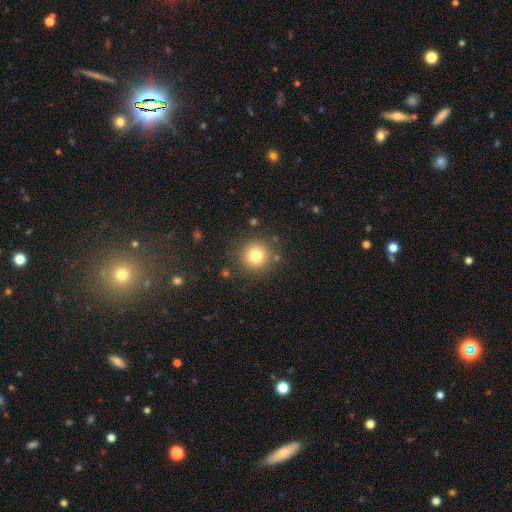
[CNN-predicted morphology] smooth 79%, star or artifact 13%, featured or disk 8%. Down the decision tree: how rounded — round (94%); merging — none (86%).